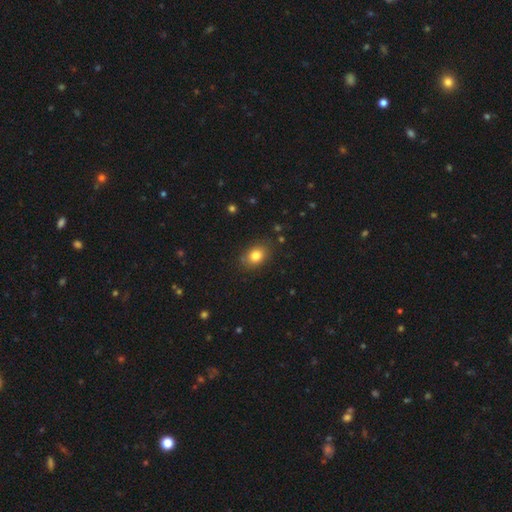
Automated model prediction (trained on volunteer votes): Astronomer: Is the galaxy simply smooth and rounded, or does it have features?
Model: smooth — 82%.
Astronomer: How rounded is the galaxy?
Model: in between — 64%.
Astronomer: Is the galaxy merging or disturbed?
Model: none — 84%.